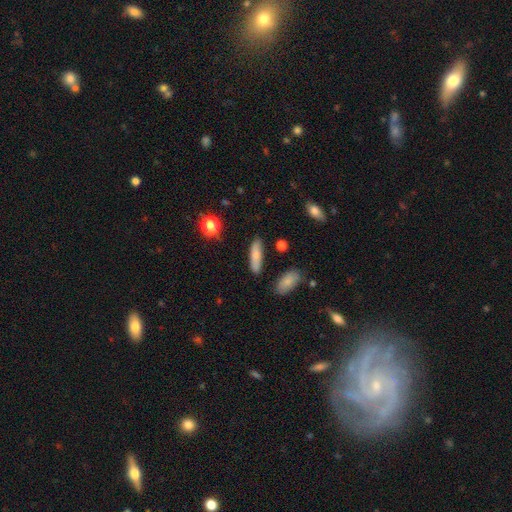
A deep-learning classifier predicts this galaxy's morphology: The model was most divided on "how rounded": cigar-shaped: 60%, in between: 38%, round: 3%. More confident: merging — none (84%); smooth or featured — smooth (79%).